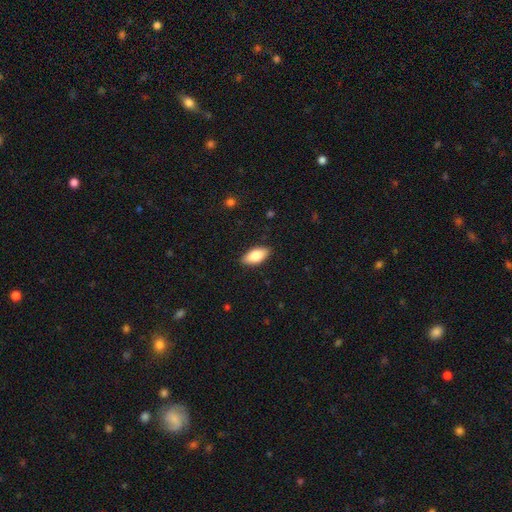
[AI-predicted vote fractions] Smooth or featured: smooth — 79% (featured or disk — 15%)
How rounded: in between — 89% (cigar-shaped — 8%)
Merging: none — 88% (minor disturbance — 9%)